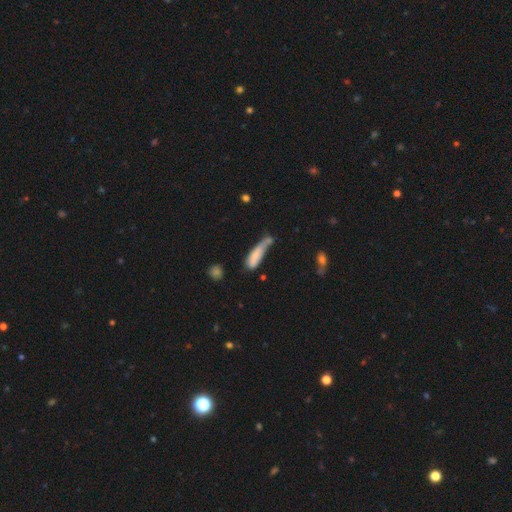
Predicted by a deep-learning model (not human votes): smooth 76%, featured or disk 17%, star or artifact 8%. Down the decision tree: how rounded — cigar-shaped (65%); merging — minor disturbance (31%).